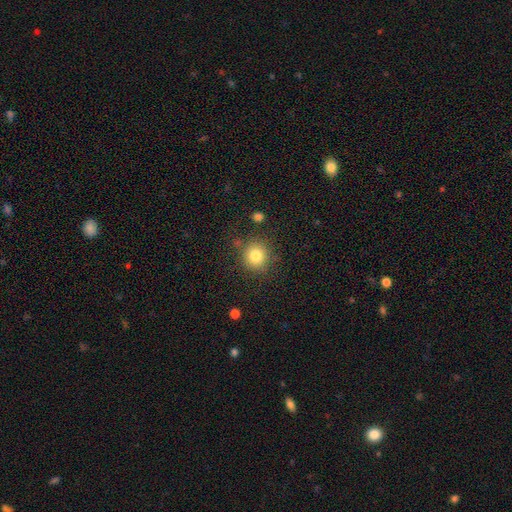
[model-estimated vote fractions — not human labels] The model was most divided on "smooth or featured": smooth: 81%, star or artifact: 12%, featured or disk: 8%. More confident: how rounded — round (89%); merging — none (83%).